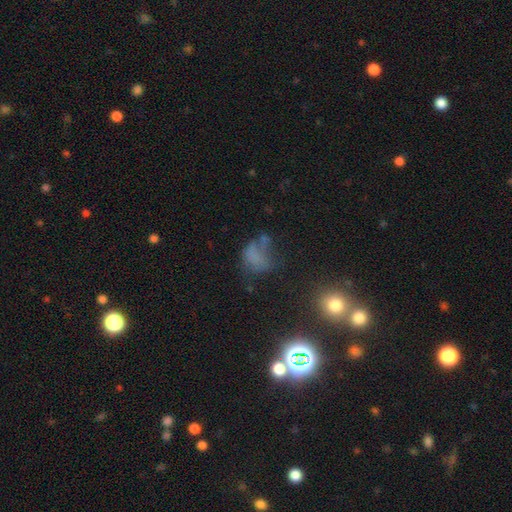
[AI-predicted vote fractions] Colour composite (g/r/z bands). It shows a smooth galaxy with no disk features (53%) that is in between round and cigar-shaped (62%). Merging: major disturbance (34%).